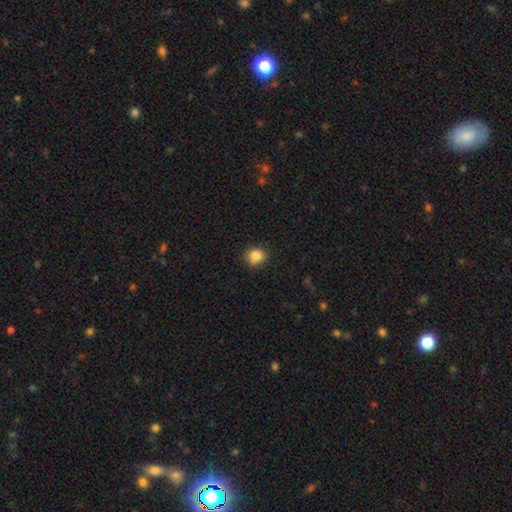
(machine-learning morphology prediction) This is clearly a smooth galaxy (85%). How rounded: likely round (77%). Merging: likely none (76%).